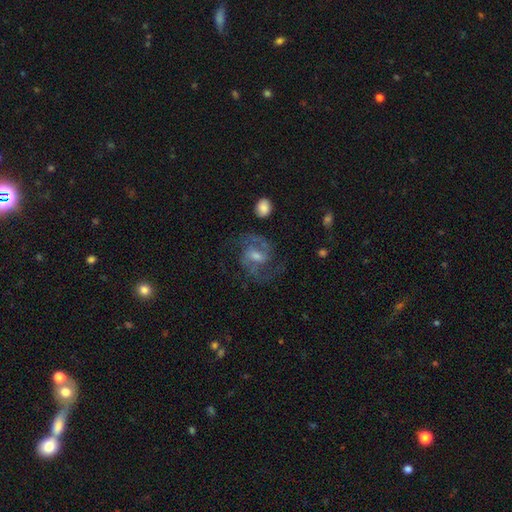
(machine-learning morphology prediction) smooth_or_featured: featured or disk (p=0.85) [alt: smooth p=0.07]
disk_edge_on: no (p=0.97) [alt: yes p=0.03]
bar: weak (p=0.56) [alt: no p=0.24]
has_spiral_arms: yes (p=0.96) [alt: no p=0.04]
spiral_winding: medium (p=0.60) [alt: tight p=0.20]
spiral_arm_count: 2 (p=0.87) [alt: can't tell p=0.05]
bulge_size: moderate (p=0.47) [alt: small p=0.41]
merging: none (p=0.74) [alt: minor disturbance p=0.15]